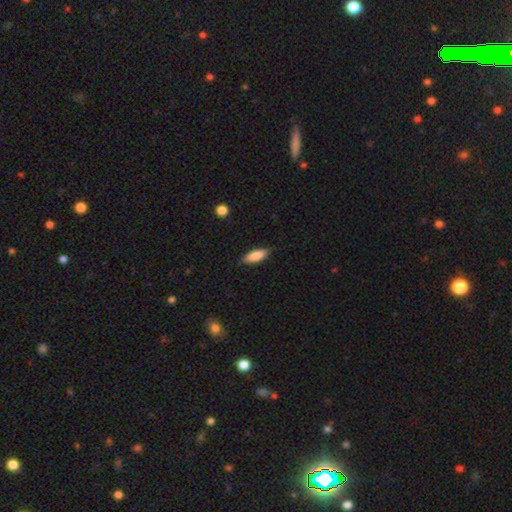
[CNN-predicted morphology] This is clearly a smooth galaxy (83%). How rounded: likely in between (66%). Merging: clearly none (83%).